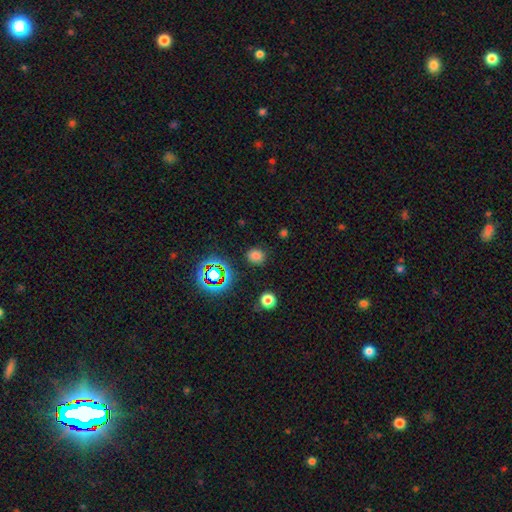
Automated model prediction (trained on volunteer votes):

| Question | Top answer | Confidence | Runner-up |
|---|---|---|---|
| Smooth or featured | smooth | 71% | star or artifact (24%) |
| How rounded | round | 70% | in between (29%) |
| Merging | none | 85% | minor disturbance (9%) |